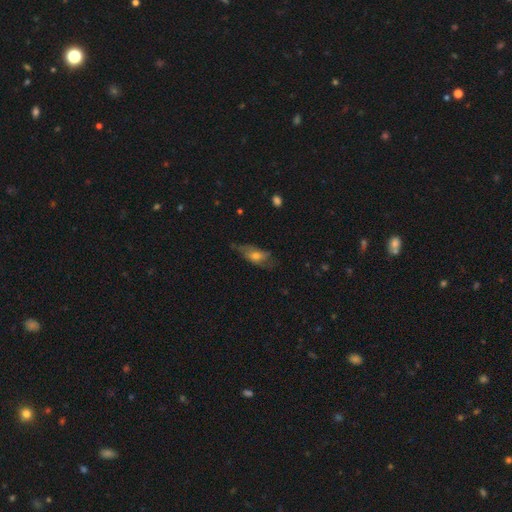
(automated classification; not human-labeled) This is possibly a smooth galaxy (50%). Merging: possibly none (50%).